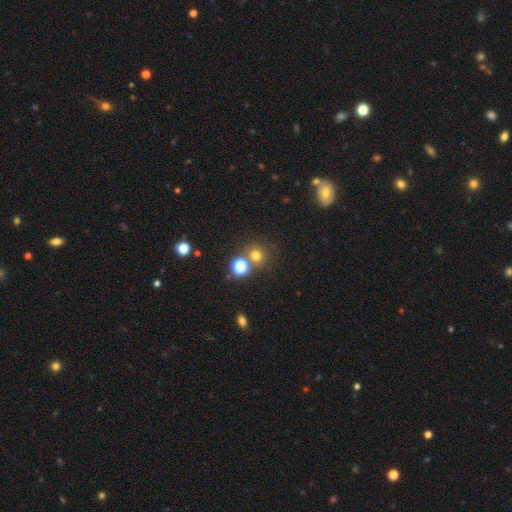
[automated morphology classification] A smooth galaxy with no disk features (69%) that is round (90%). Merging: none (71%).